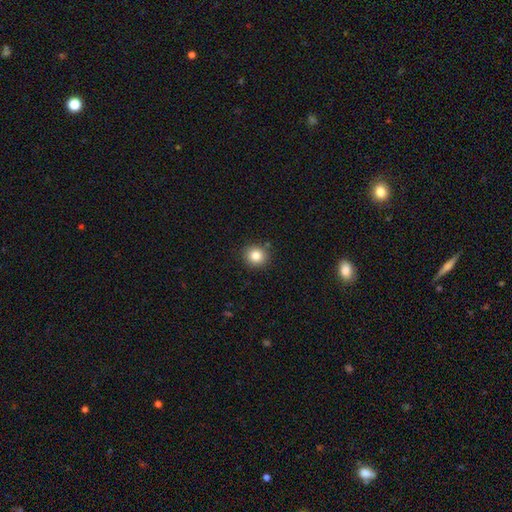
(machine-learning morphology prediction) Smooth or featured: smooth — 84% (star or artifact — 10%)
How rounded: round — 88% (in between — 12%)
Merging: none — 88% (minor disturbance — 7%)